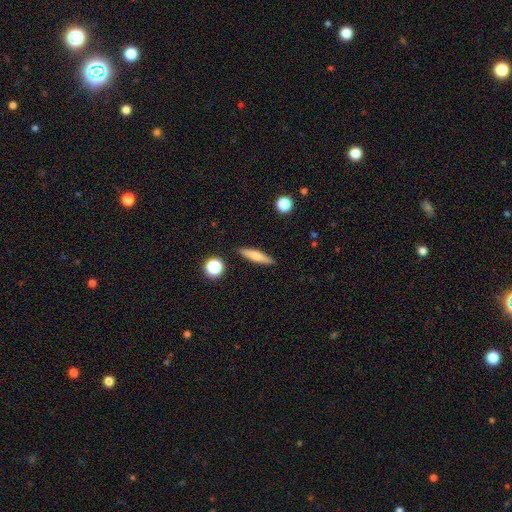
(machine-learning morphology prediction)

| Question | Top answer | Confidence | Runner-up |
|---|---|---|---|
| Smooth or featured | smooth | 62% | featured or disk (31%) |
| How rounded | cigar-shaped | 81% | in between (16%) |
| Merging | none | 89% | minor disturbance (7%) |